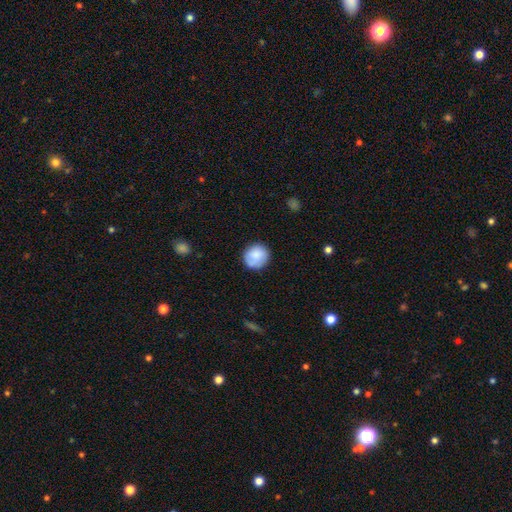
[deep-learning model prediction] The model was most divided on "merging": none: 78%, minor disturbance: 15%, major disturbance: 4%, merger: 2%. More confident: how rounded — round (89%); smooth or featured — smooth (83%).